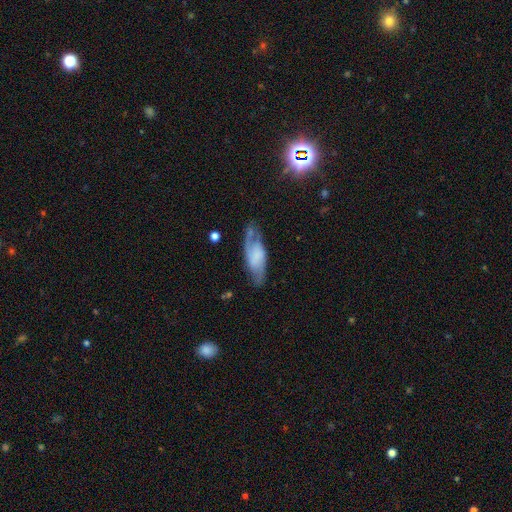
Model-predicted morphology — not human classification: Smooth or featured? featured or disk (65%)
Edge-on disk? no (88%)
Bar? no (54%)
Spiral arms? yes (89%)
Spiral winding? medium (46%)
Spiral arm count? 2 (76%)
Bulge size? none (45%)
Merging? none (65%)